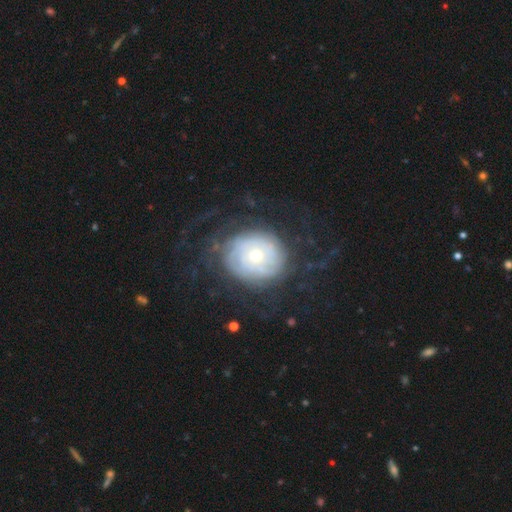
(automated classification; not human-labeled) A featured or disk galaxy (72%) with no bar (82%), tight (72%) spiral arms (83%) and a moderate central bulge (54%).

Vote fractions:
- Smooth or featured? featured or disk: 72% / smooth: 21% / star or artifact: 7%
- Edge-on disk? no: 97% / yes: 3%
- Bar? no: 82% / weak: 15% / strong: 3%
- Spiral arms? yes: 83% / no: 17%
- Spiral winding? tight: 72% / medium: 18% / loose: 10%
- Spiral arm count? can't tell: 57% / 2: 16% / 3: 8% / 4: 7% / more than 4: 7% / 1: 6%
- Bulge size? moderate: 54% / small: 37% / large: 7% / dominant: 1% / none: 1%
- Merging? none: 65% / minor disturbance: 17% / major disturbance: 16% / merger: 2%